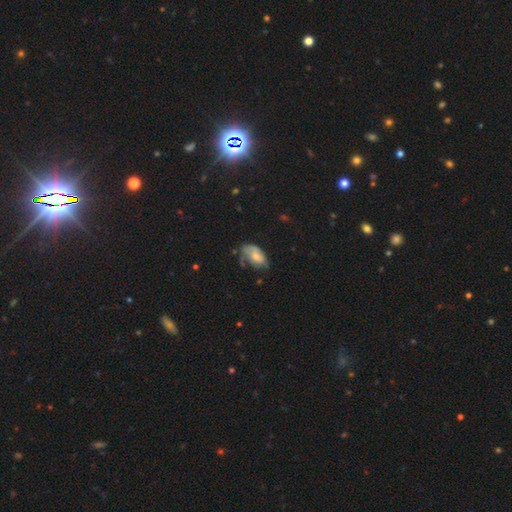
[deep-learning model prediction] The model was most divided on "merging": none: 37%, minor disturbance: 35%, major disturbance: 24%, merger: 4%. More confident: how rounded — in between (91%); smooth or featured — smooth (54%).